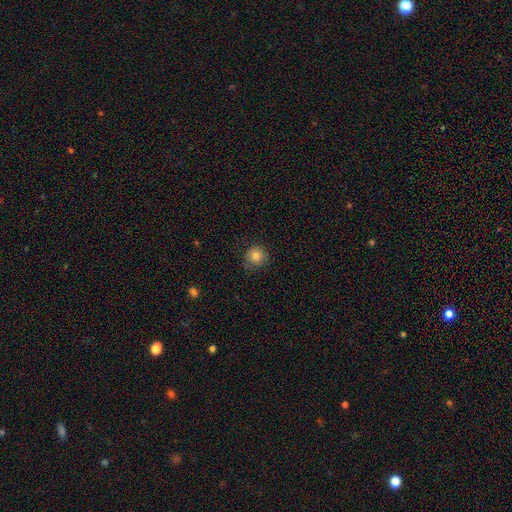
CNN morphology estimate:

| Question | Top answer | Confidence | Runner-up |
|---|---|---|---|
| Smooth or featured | smooth | 83% | star or artifact (10%) |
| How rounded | round | 91% | in between (8%) |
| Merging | none | 77% | minor disturbance (17%) |